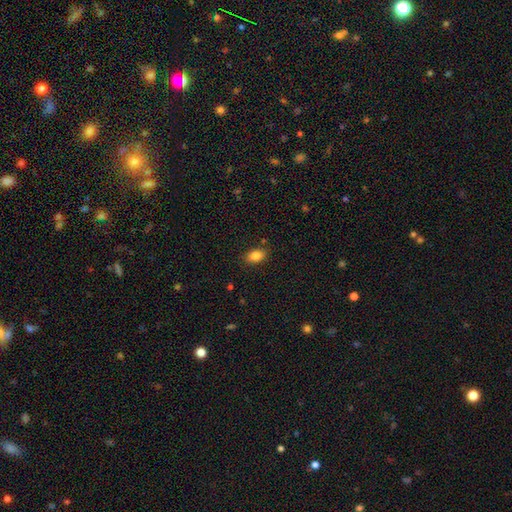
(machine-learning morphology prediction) A smooth galaxy with no disk features (84%) that is in between round and cigar-shaped (87%).

Vote fractions:
- Smooth or featured? smooth: 84% / star or artifact: 9% / featured or disk: 7%
- How rounded? in between: 87% / round: 12% / cigar-shaped: 2%
- Merging? none: 86% / minor disturbance: 10% / major disturbance: 2% / merger: 2%